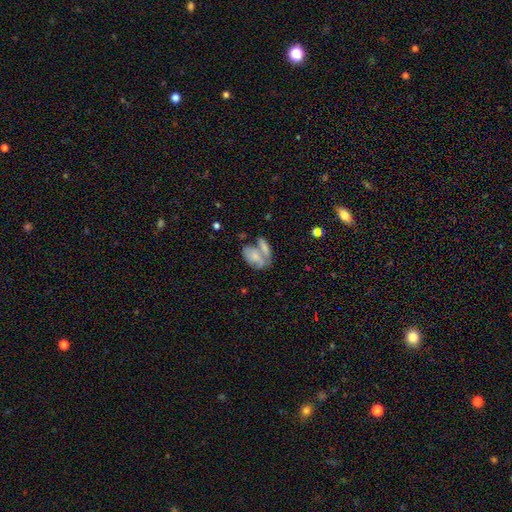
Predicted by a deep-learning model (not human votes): Smooth or featured? smooth (60%)
How rounded? in between (85%)
Merging? merger (52%)